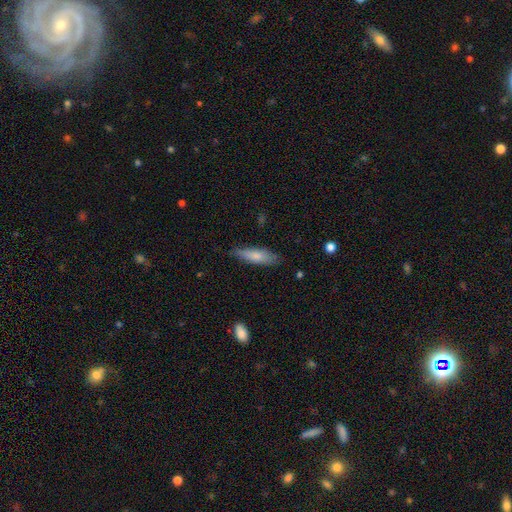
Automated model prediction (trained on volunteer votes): Overall: smooth (76%). How rounded: cigar-shaped (61%; in between 37%). Merging: none (78%).